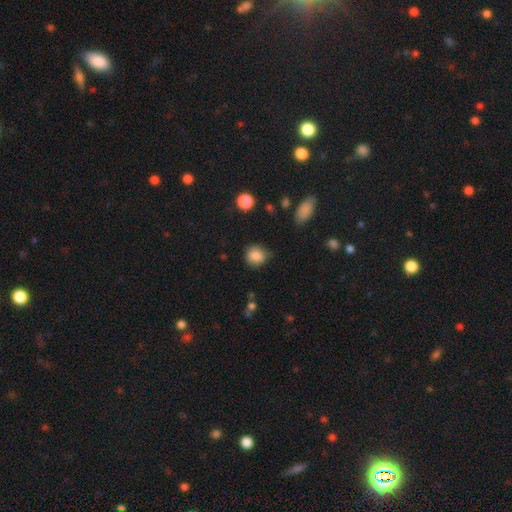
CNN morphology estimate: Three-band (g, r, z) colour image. It shows a smooth galaxy with no disk features (86%) that is round (75%). Merging: none (70%).